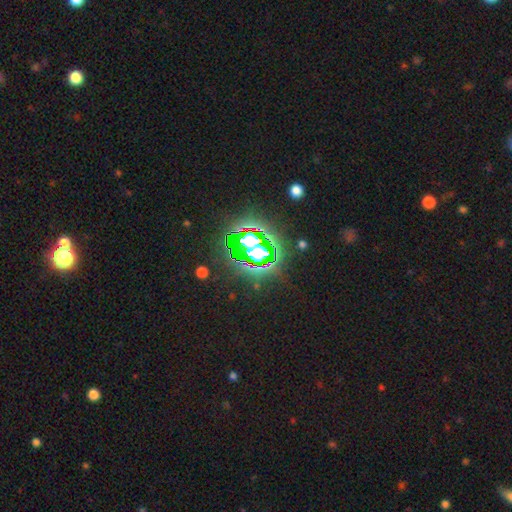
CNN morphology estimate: This is likely a star or artifact rather than a galaxy (76%).